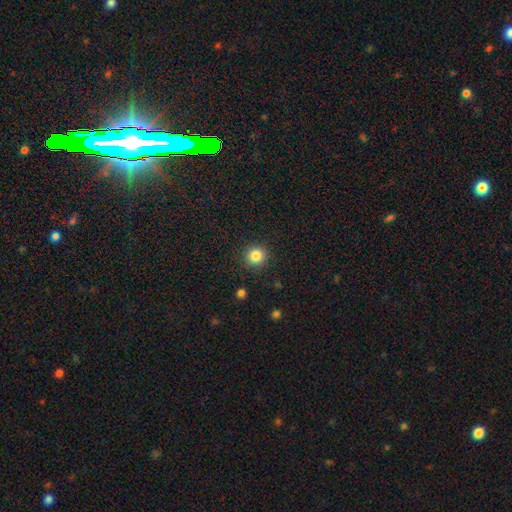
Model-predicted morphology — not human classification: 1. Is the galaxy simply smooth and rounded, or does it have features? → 84% smooth, 11% star or artifact, 5% featured or disk.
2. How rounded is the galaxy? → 93% round, 6% in between, 1% cigar-shaped.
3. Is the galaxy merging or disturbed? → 91% none, 6% minor disturbance, 2% major disturbance, 1% merger.